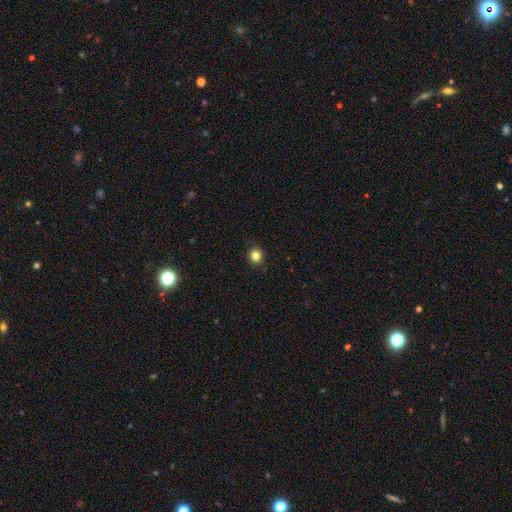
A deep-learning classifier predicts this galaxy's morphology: type=smooth (82%); roundness=round (82%); merging=none (91%).